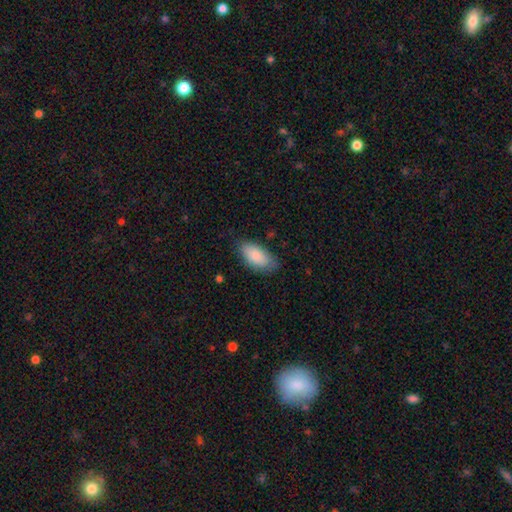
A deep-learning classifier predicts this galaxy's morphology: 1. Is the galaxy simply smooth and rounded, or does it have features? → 87% smooth, 7% featured or disk, 6% star or artifact.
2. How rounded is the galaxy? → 93% in between, 5% cigar-shaped, 2% round.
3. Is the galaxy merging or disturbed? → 76% none, 19% minor disturbance, 4% major disturbance, 1% merger.